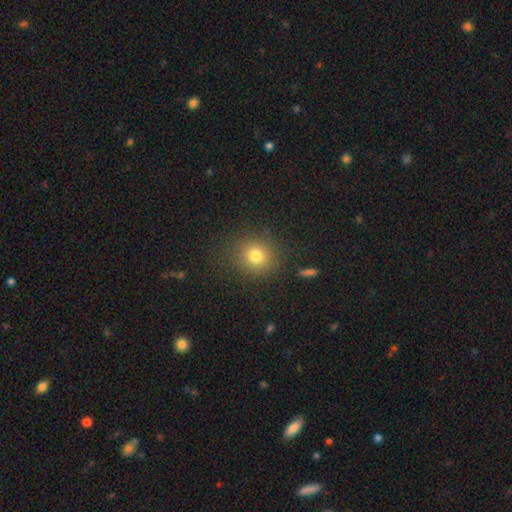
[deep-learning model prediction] Morphology: type=smooth (79%); roundness=round (86%); merging=none (86%).